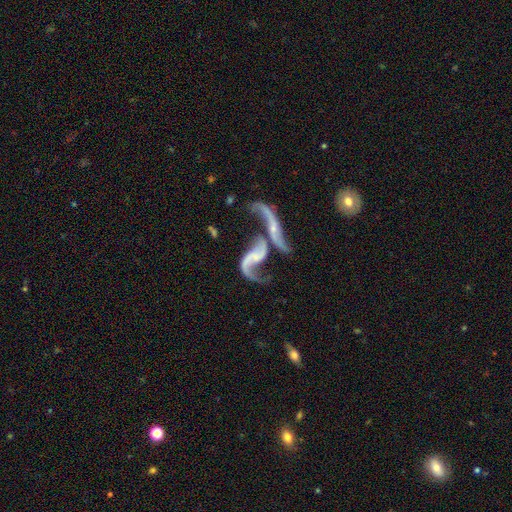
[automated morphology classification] This is clearly a featured or disk galaxy (83%). It is clearly not viewed edge-on (93%). Bar: possibly no (57%). Spiral arm pattern: clearly yes (85%). Spiral arm count: clearly 2 (81%). Spiral winding: clearly loose (89%). Central bulge: marginally small (43%). Merging: possibly merger (56%).